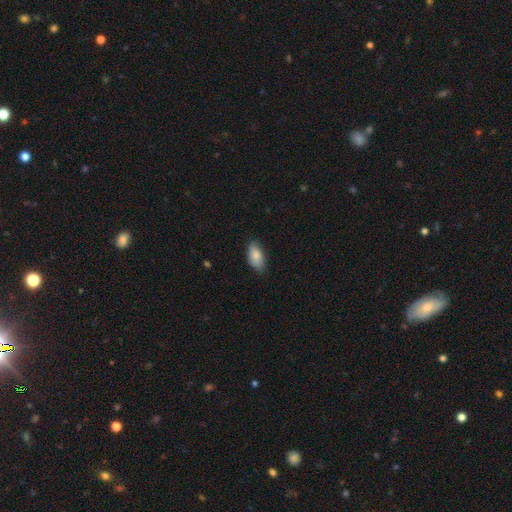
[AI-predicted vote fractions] The model was most divided on "merging": none: 76%, minor disturbance: 20%, major disturbance: 3%, merger: 1%. More confident: how rounded — in between (93%); smooth or featured — smooth (84%).